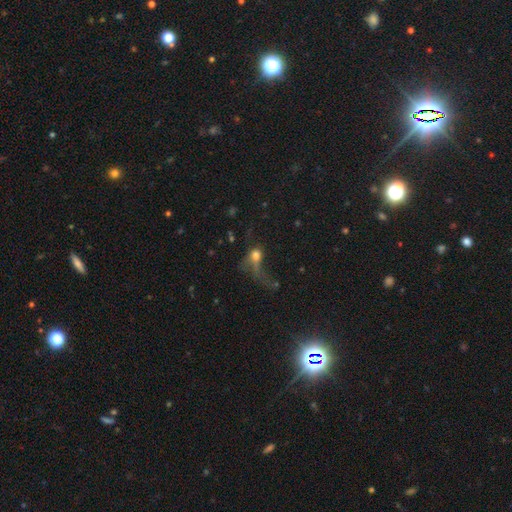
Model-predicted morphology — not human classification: type=smooth (56%); roundness=round (50%); merging=major disturbance (62%).